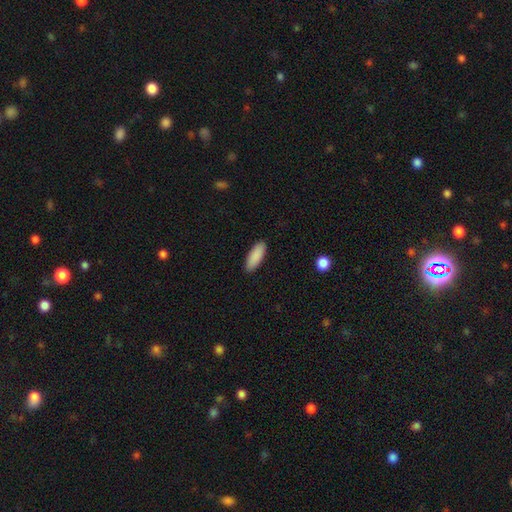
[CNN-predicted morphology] A smooth galaxy with no disk features (90%) that is in between round and cigar-shaped (67%).

Vote fractions:
- Smooth or featured? smooth: 90% / star or artifact: 6% / featured or disk: 4%
- How rounded? in between: 67% / cigar-shaped: 31% / round: 2%
- Merging? none: 90% / minor disturbance: 7% / major disturbance: 2% / merger: 1%